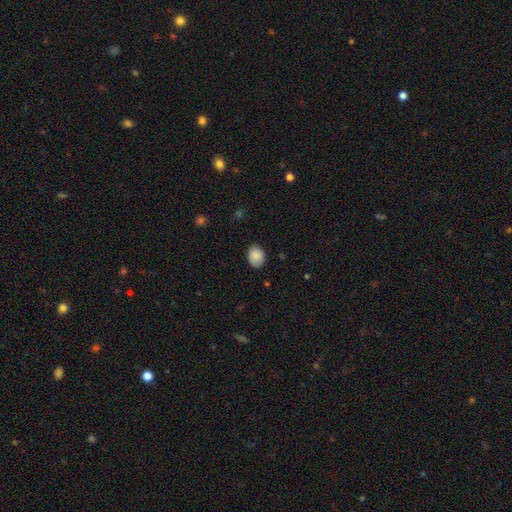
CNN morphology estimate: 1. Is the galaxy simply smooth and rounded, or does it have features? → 88% smooth, 7% star or artifact, 5% featured or disk.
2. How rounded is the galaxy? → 71% in between, 28% round, 1% cigar-shaped.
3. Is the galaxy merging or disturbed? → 83% none, 13% minor disturbance, 2% major disturbance, 1% merger.